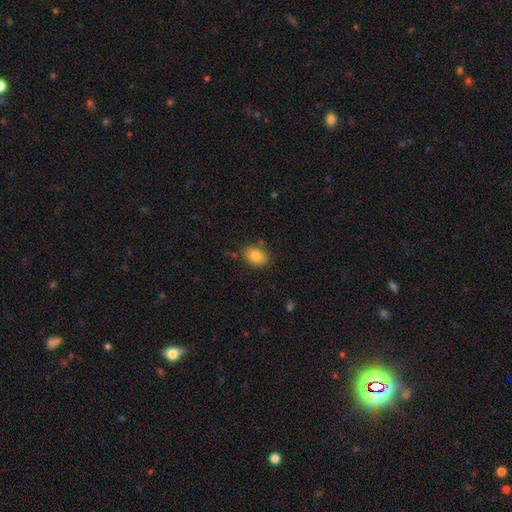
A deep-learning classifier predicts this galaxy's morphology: A smooth galaxy with no disk features (83%) that is in between round and cigar-shaped (71%).

Vote fractions:
- Smooth or featured? smooth: 83% / featured or disk: 8% / star or artifact: 8%
- How rounded? in between: 71% / round: 28% / cigar-shaped: 1%
- Merging? none: 82% / minor disturbance: 13% / merger: 3% / major disturbance: 3%